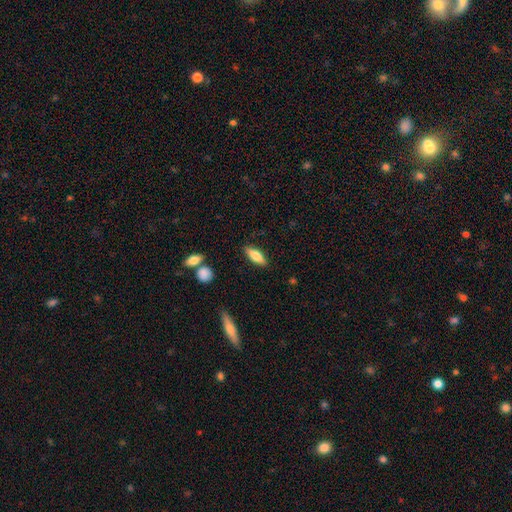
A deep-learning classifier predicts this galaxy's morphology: Smooth or featured: smooth — 70% (featured or disk — 23%)
How rounded: in between — 65% (cigar-shaped — 33%)
Merging: none — 86% (minor disturbance — 10%)